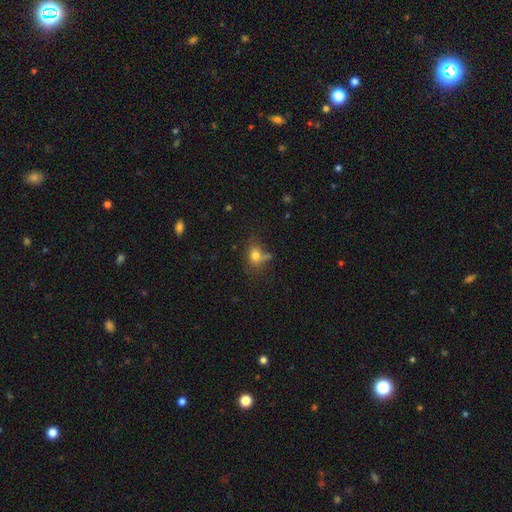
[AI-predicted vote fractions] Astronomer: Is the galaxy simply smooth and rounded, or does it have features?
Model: smooth — 76%.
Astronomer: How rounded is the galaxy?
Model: round — 51% (runner-up: in between, 47%).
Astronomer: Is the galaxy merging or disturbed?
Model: none — 52%.